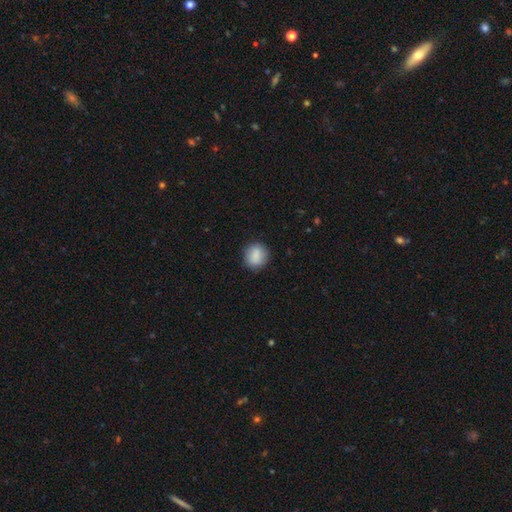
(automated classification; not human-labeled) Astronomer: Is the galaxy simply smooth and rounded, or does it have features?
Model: smooth — 86%.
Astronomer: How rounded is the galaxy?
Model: round — 81%.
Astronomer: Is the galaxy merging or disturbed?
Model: none — 84%.